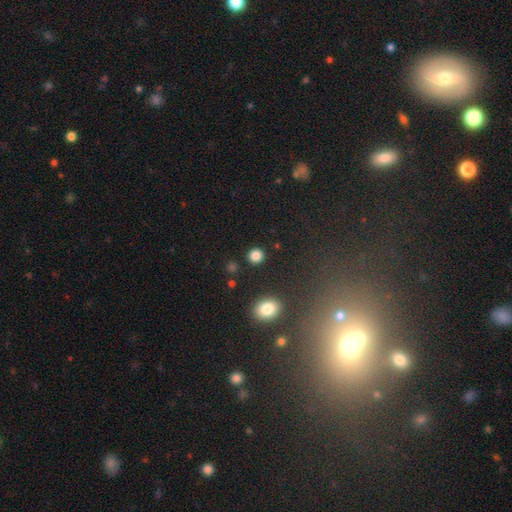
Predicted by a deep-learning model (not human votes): A smooth galaxy with no disk features (85%) that is round (90%). Merging: none (90%).